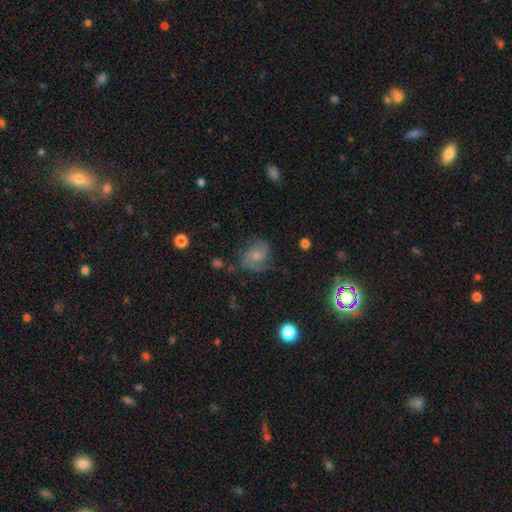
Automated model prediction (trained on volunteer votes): Q: Smooth or featured?
A: featured or disk (54%); runner-up: smooth (35%)
Q: Edge-on disk?
A: no (97%); runner-up: yes (3%)
Q: Bar?
A: no (70%); runner-up: weak (26%)
Q: Spiral arms?
A: yes (87%); runner-up: no (13%)
Q: Bulge size?
A: small (57%); runner-up: moderate (33%)
Q: Merging?
A: none (59%); runner-up: minor disturbance (25%)